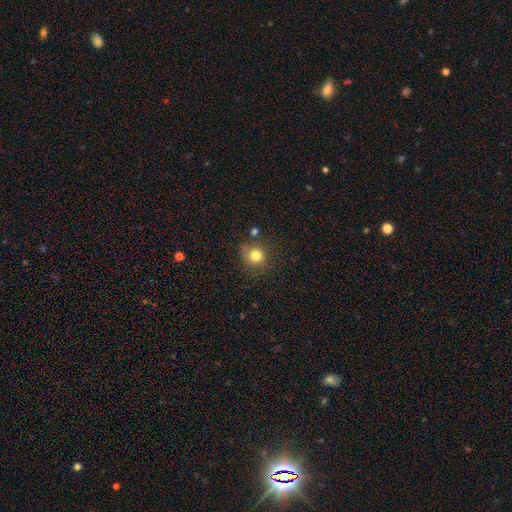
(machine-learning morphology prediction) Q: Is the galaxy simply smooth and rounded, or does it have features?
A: smooth — 80%.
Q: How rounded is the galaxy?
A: round — 88%.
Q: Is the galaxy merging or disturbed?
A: none — 70%.